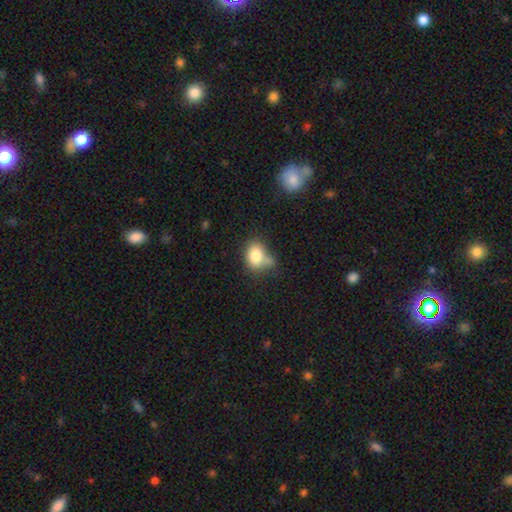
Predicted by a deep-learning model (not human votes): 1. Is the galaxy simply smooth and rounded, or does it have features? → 80% smooth, 11% featured or disk, 10% star or artifact.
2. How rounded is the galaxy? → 64% in between, 35% round, 1% cigar-shaped.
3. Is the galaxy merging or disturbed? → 43% none, 25% minor disturbance, 22% merger, 9% major disturbance.